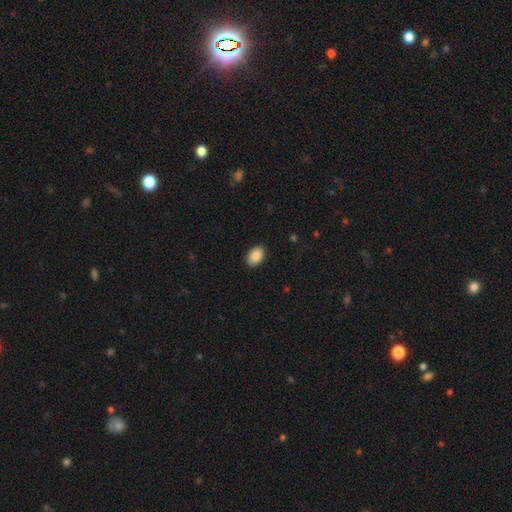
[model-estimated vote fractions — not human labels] Morphology: type=smooth (90%); roundness=in between (89%); merging=none (89%).